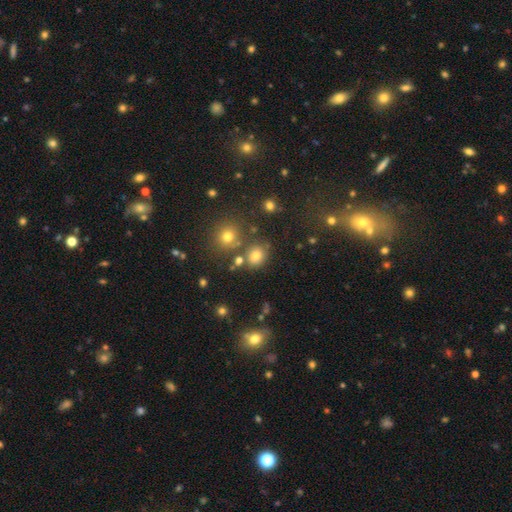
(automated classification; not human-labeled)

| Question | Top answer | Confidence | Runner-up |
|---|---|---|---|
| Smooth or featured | smooth | 72% | star or artifact (20%) |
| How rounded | round | 70% | in between (29%) |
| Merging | none | 72% | merger (12%) |